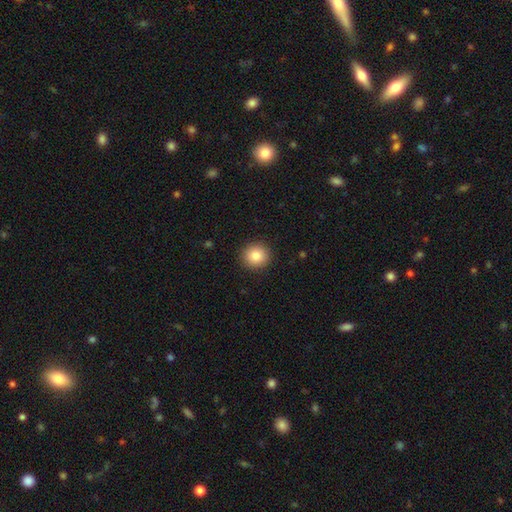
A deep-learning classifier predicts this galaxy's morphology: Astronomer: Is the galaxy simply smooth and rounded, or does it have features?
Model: smooth — 85%.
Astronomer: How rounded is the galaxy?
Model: round — 91%.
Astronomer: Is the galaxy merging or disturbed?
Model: none — 92%.